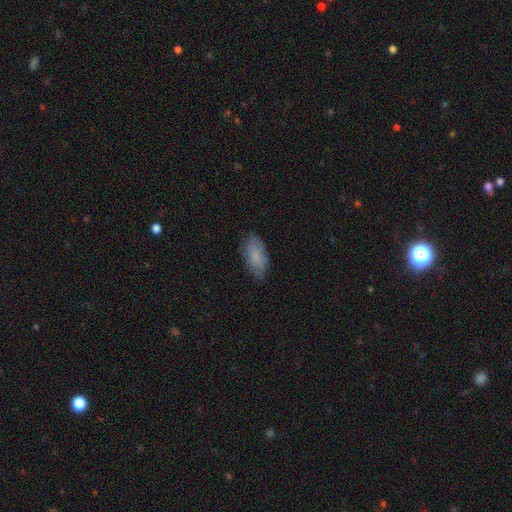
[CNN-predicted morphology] Q: Smooth or featured?
A: smooth (80%); runner-up: featured or disk (13%)
Q: How rounded?
A: in between (92%); runner-up: cigar-shaped (6%)
Q: Merging?
A: none (77%); runner-up: minor disturbance (18%)